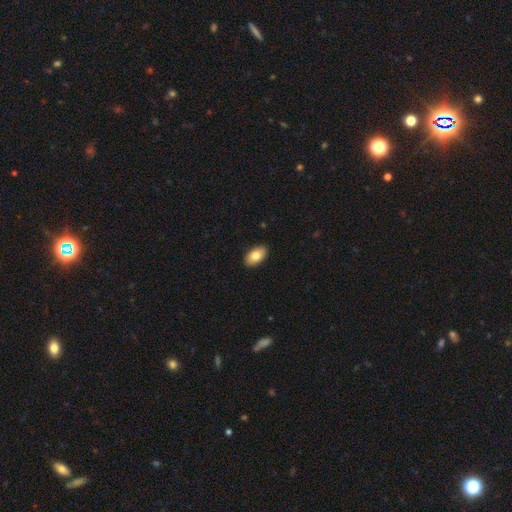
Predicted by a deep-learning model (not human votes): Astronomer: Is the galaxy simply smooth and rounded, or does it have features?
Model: smooth — 81%.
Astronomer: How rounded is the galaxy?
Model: in between — 94%.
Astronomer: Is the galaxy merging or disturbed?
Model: none — 90%.